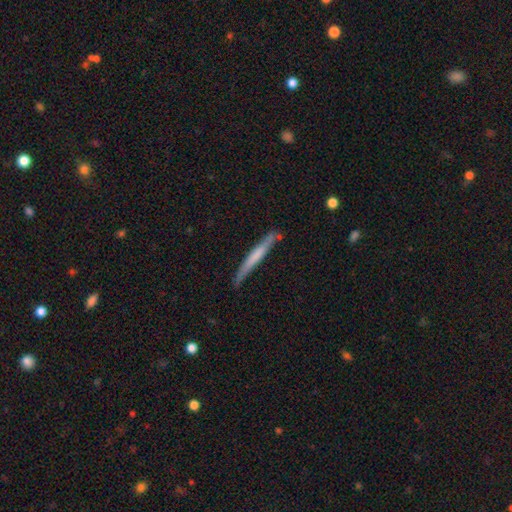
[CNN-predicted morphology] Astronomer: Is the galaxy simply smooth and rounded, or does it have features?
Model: smooth — 53% (runner-up: featured or disk, 42%).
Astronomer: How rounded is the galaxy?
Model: cigar-shaped — 96%.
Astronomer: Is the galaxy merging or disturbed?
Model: none — 82%.